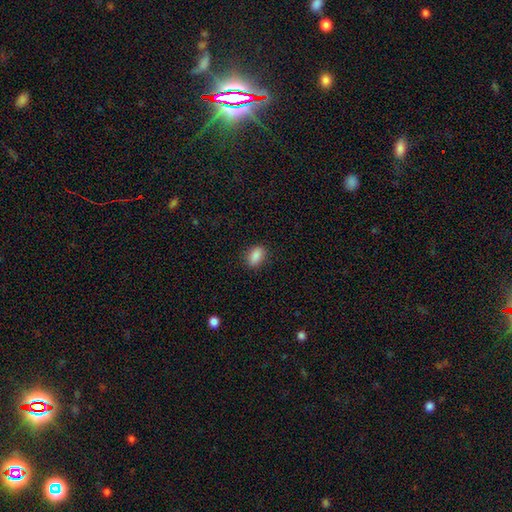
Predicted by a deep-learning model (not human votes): Q: Smooth or featured?
A: smooth (88%); runner-up: star or artifact (8%)
Q: How rounded?
A: in between (88%); runner-up: round (8%)
Q: Merging?
A: none (87%); runner-up: minor disturbance (10%)